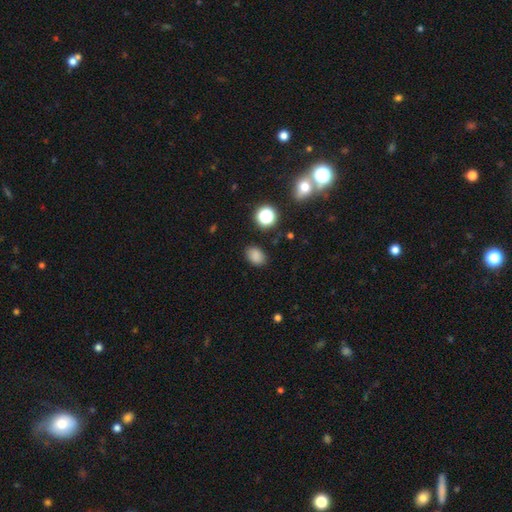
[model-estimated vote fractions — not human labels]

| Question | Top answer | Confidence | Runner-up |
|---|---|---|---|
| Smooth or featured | smooth | 82% | star or artifact (13%) |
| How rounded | in between | 74% | round (25%) |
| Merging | none | 85% | minor disturbance (11%) |